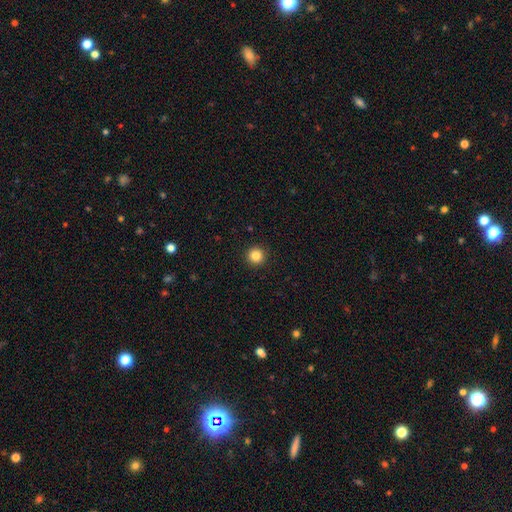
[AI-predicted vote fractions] Morphology: type=smooth (84%); roundness=round (96%); merging=none (94%).